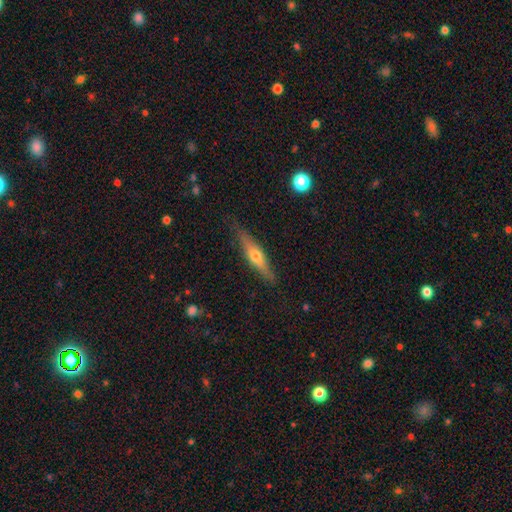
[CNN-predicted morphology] smooth-or-featured: featured or disk: 56% | smooth: 37% | star or artifact: 6%
  disk-edge-on: yes: 93% | no: 7%
    edge-on-bulge: rounded: 87% | none: 8% | boxy: 5%
  merging: none: 84% | minor disturbance: 12% | major disturbance: 3% | merger: 1%